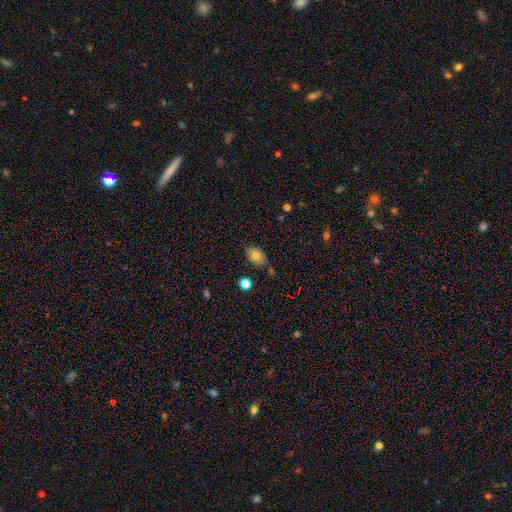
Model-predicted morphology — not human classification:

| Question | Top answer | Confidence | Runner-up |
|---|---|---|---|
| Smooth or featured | smooth | 77% | featured or disk (14%) |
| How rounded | in between | 83% | round (15%) |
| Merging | none | 79% | minor disturbance (14%) |